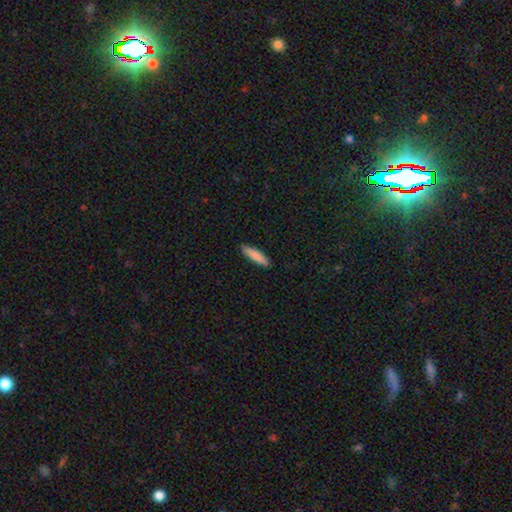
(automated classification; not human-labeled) The model was most divided on "how rounded": cigar-shaped: 78%, in between: 20%, round: 1%. More confident: merging — none (88%); smooth or featured — smooth (85%).